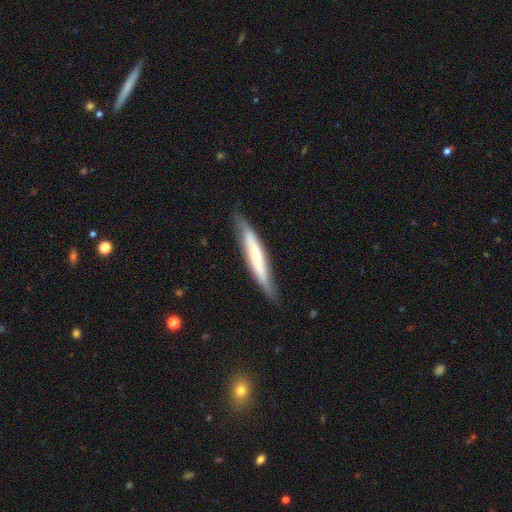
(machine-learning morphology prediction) Overall: featured or disk (51%; smooth 44%). Edge-on disk: yes (80%). Merging: none (82%).